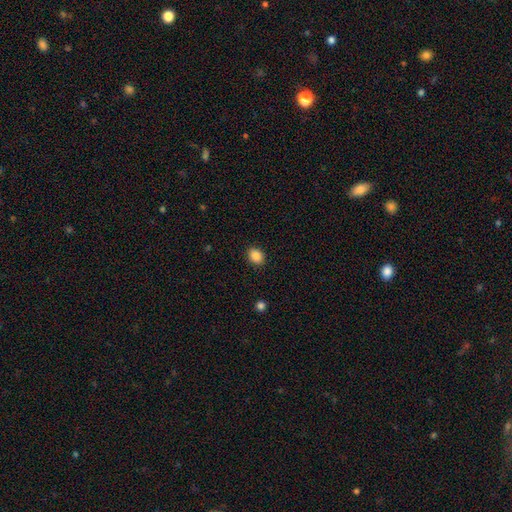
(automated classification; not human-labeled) A smooth galaxy with no disk features (87%) that is in between round and cigar-shaped (55%). Merging: none (90%).